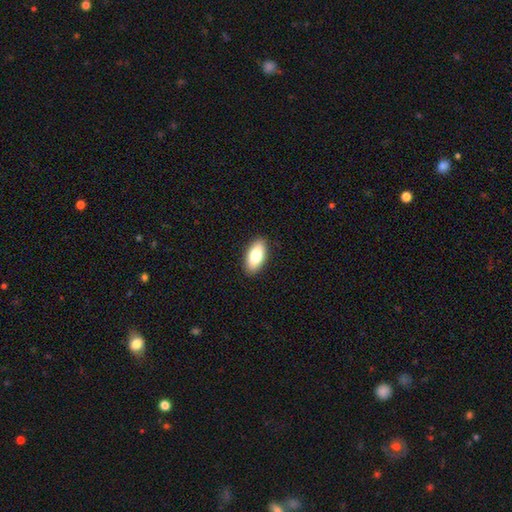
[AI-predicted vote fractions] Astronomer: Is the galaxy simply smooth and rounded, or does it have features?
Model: smooth — 78%.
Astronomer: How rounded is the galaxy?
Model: in between — 90%.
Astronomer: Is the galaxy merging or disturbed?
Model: none — 90%.